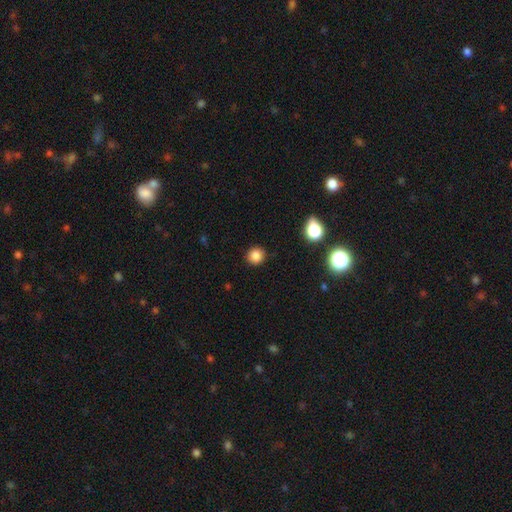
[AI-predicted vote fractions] The model was most divided on "smooth or featured": smooth: 83%, star or artifact: 12%, featured or disk: 4%. More confident: how rounded — round (90%); merging — none (90%).